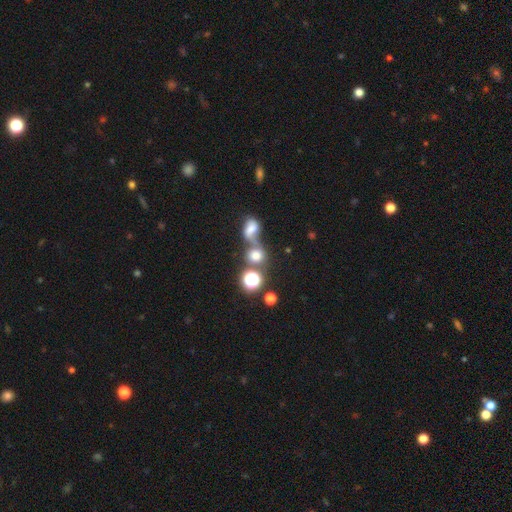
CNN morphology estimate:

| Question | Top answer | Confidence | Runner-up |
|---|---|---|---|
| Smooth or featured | smooth | 68% | star or artifact (21%) |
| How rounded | round | 76% | in between (23%) |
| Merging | merger | 45% | none (40%) |